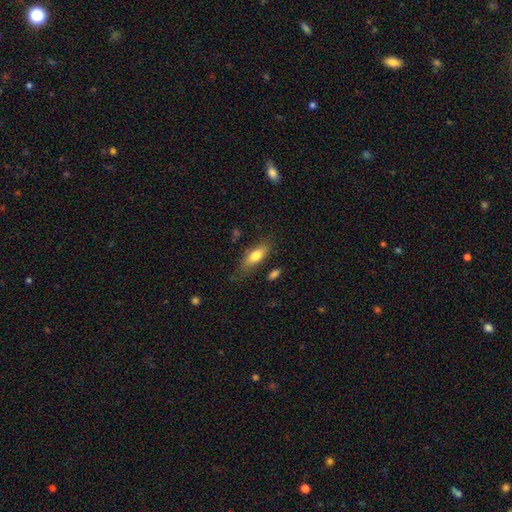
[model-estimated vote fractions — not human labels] A smooth galaxy with no disk features (74%) that is in between round and cigar-shaped (73%). Merging: none (71%).